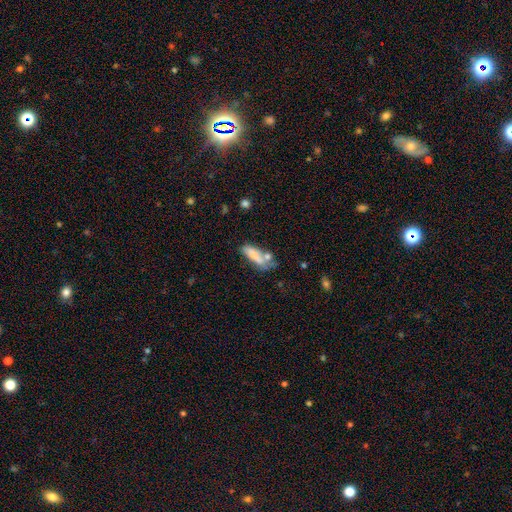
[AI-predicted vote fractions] Smooth or featured? smooth (69%)
How rounded? in between (62%)
Merging? none (34%)